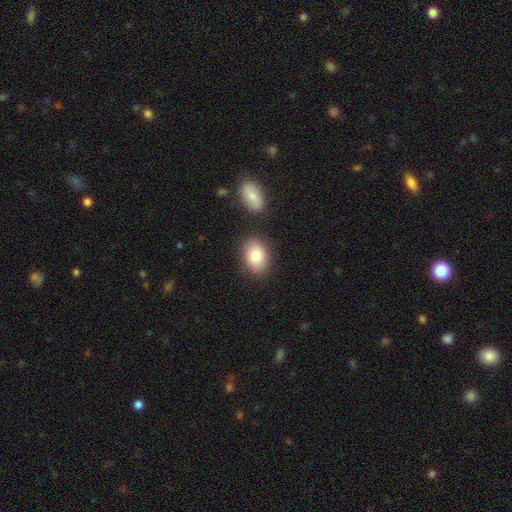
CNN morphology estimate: Smooth or featured? smooth (84%)
How rounded? in between (82%)
Merging? none (78%)